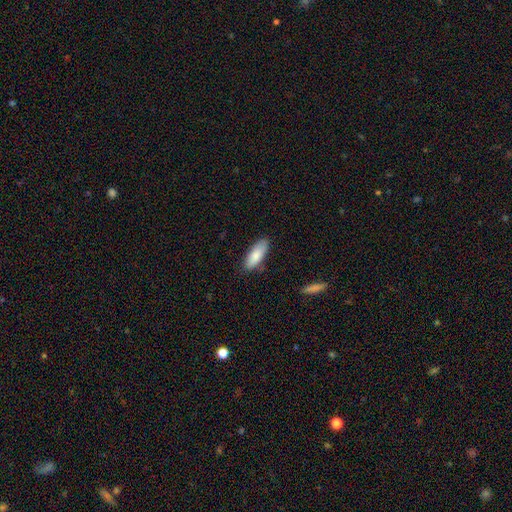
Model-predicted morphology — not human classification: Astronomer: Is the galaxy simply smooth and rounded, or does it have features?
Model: smooth — 84%.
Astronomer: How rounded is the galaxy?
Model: in between — 70%.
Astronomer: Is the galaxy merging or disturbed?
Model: none — 81%.